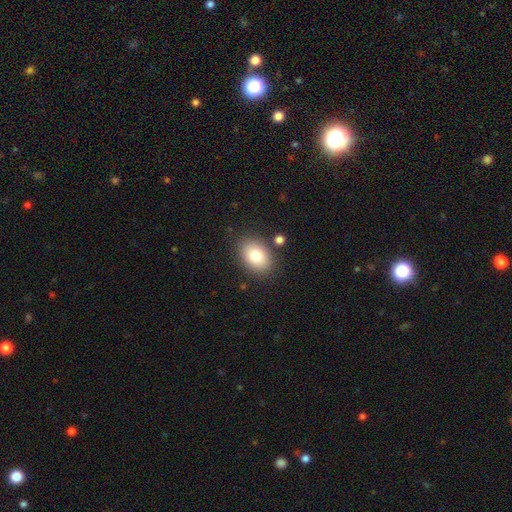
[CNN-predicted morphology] A smooth galaxy with no disk features (81%) that is in between round and cigar-shaped (78%). Merging: none (83%).